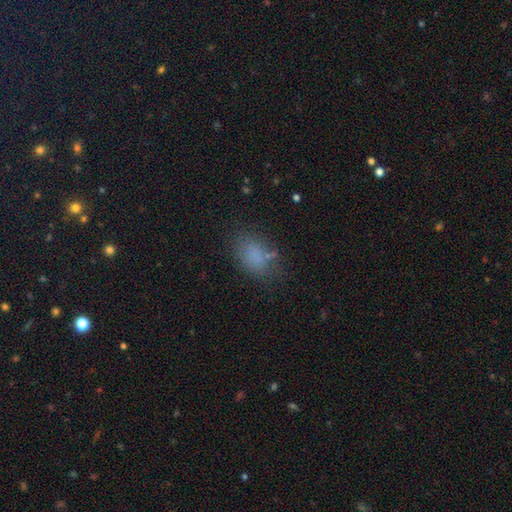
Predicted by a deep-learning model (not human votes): Overall: smooth (76%). How rounded: in between (81%). Merging: none (65%).